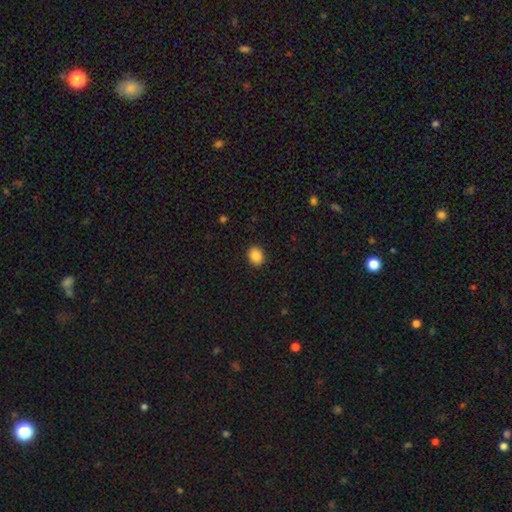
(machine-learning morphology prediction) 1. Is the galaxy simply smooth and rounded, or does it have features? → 88% smooth, 9% star or artifact, 4% featured or disk.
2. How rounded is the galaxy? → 57% round, 42% in between, 1% cigar-shaped.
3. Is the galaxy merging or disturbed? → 90% none, 7% minor disturbance, 2% major disturbance, 1% merger.